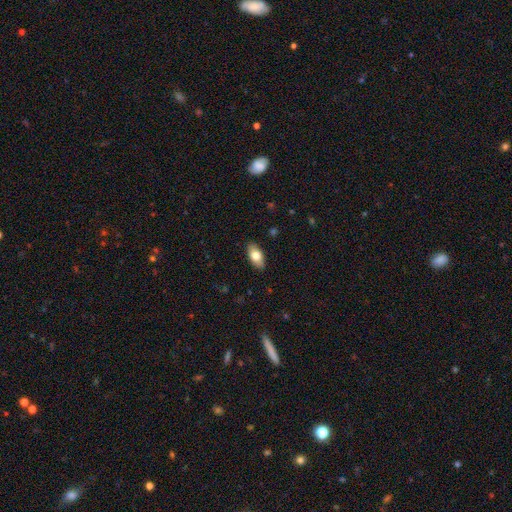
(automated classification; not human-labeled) Overall: smooth (77%). How rounded: in between (91%). Merging: none (88%).